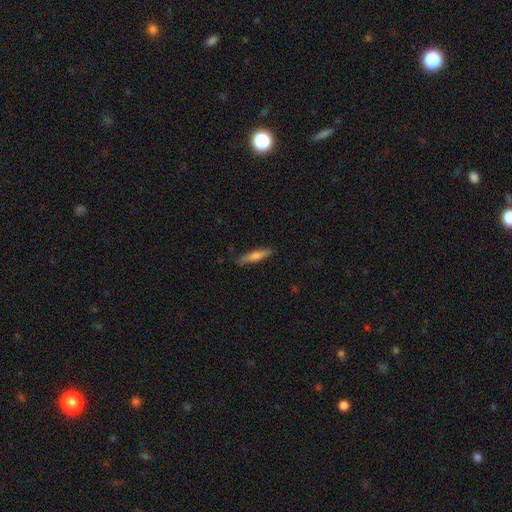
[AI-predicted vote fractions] Smooth or featured?
  - smooth: 60% *
  - featured or disk: 34%
  - star or artifact: 6%
How rounded?
  - cigar-shaped: 89% *
  - in between: 9%
  - round: 2%
Merging?
  - none: 86% *
  - minor disturbance: 10%
  - major disturbance: 2%
  - merger: 1%